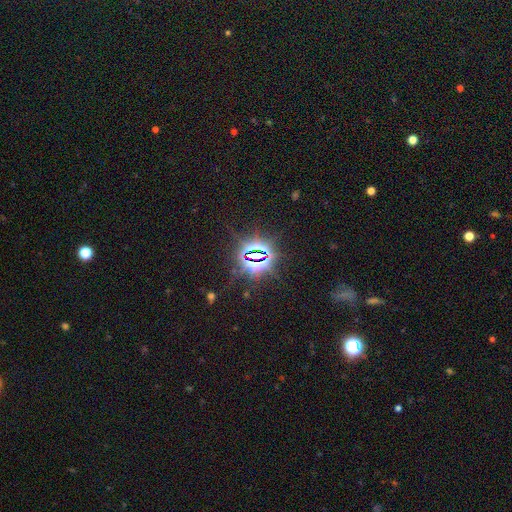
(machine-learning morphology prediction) Overall: star or artifact (84%).